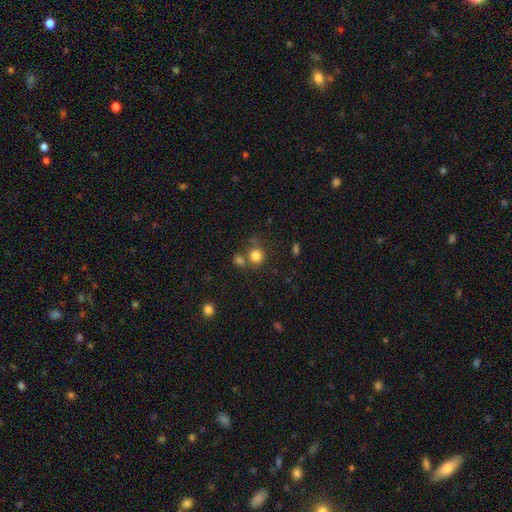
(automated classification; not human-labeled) This appears to be a smooth galaxy with no disk features (81%) that is round (87%). Merging: none (63%).